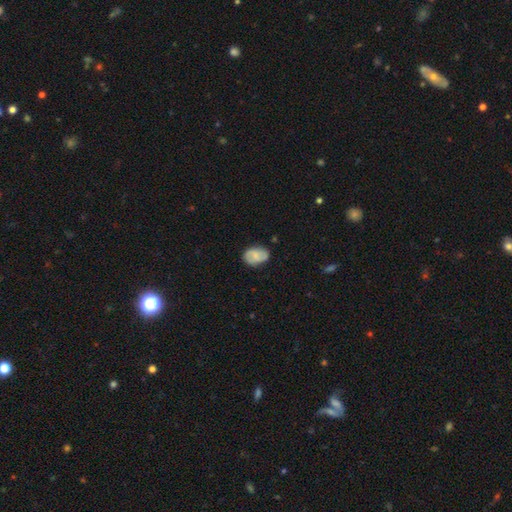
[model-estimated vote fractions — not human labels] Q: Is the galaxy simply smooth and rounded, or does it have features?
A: smooth — 56%.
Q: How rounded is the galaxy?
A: in between — 82%.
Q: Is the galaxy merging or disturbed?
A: none — 78%.